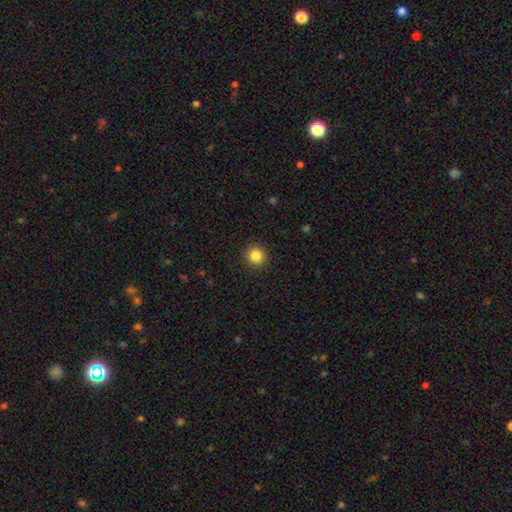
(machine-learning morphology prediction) smooth_or_featured: smooth (p=0.85) [alt: star or artifact p=0.11]
how_rounded: round (p=0.93) [alt: in between p=0.06]
merging: none (p=0.92) [alt: minor disturbance p=0.05]